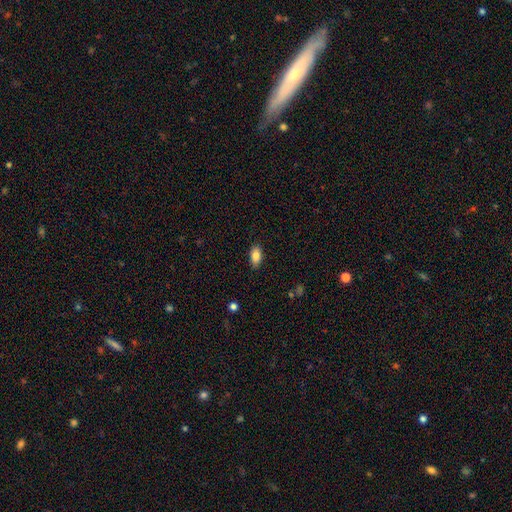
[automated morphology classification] Smooth or featured: smooth — 86% (star or artifact — 8%)
How rounded: in between — 91% (cigar-shaped — 5%)
Merging: none — 86% (minor disturbance — 10%)